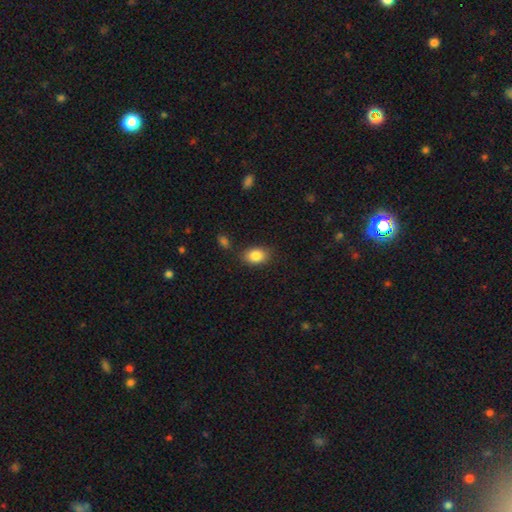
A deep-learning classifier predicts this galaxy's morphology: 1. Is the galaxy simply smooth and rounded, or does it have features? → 85% smooth, 8% star or artifact, 7% featured or disk.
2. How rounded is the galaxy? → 78% in between, 21% round, 1% cigar-shaped.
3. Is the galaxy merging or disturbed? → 79% none, 13% minor disturbance, 4% merger, 3% major disturbance.